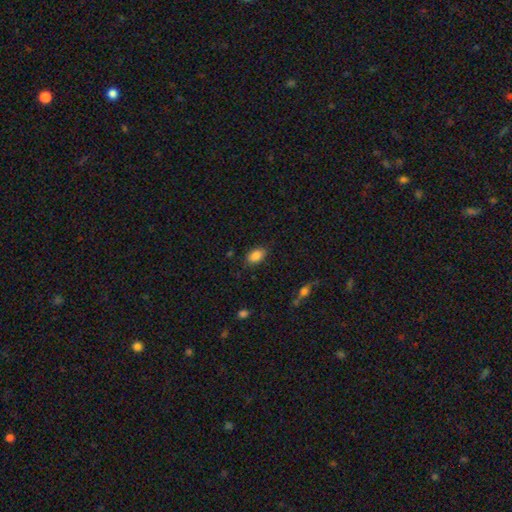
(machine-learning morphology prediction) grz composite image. It shows a smooth galaxy with no disk features (87%) that is in between round and cigar-shaped (90%). Merging: none (83%).